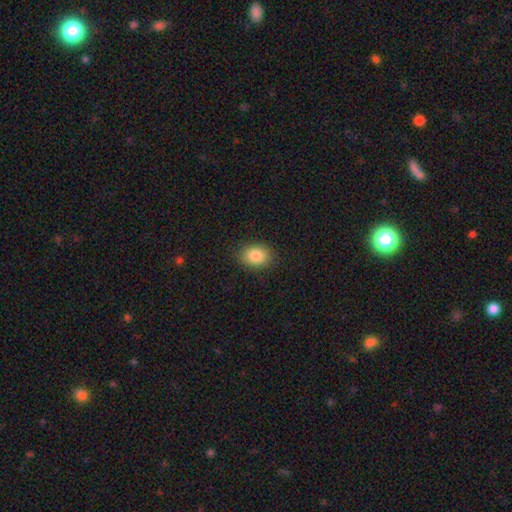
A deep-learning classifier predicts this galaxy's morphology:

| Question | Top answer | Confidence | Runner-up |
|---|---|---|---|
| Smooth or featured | smooth | 86% | star or artifact (8%) |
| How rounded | in between | 71% | round (27%) |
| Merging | none | 87% | minor disturbance (10%) |